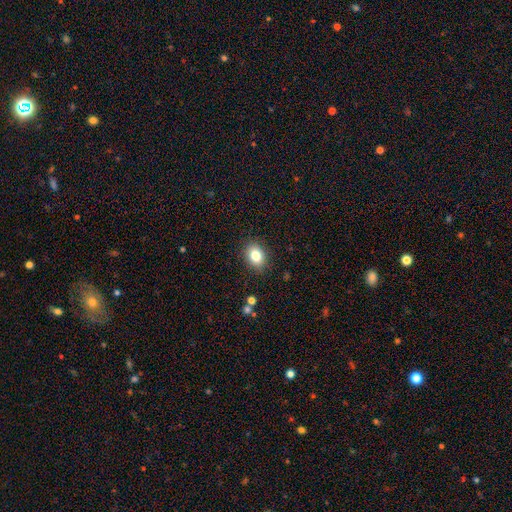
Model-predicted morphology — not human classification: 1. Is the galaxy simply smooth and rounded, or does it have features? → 82% smooth, 10% star or artifact, 8% featured or disk.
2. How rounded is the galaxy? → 62% in between, 37% round, 1% cigar-shaped.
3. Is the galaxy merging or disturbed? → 88% none, 9% minor disturbance, 2% major disturbance, 1% merger.